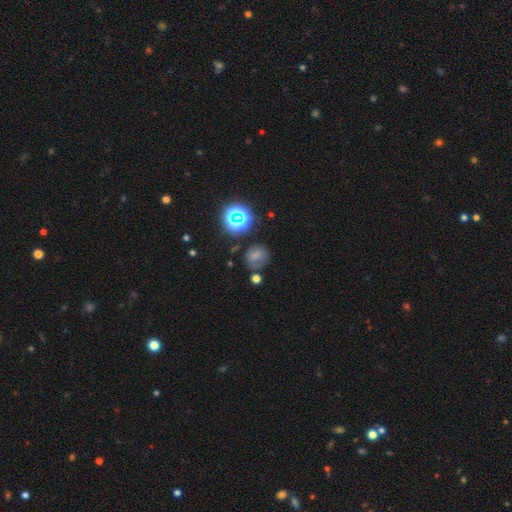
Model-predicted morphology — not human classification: smooth 61%, star or artifact 24%, featured or disk 15%. Down the decision tree: how rounded — round (60%); merging — none (63%).